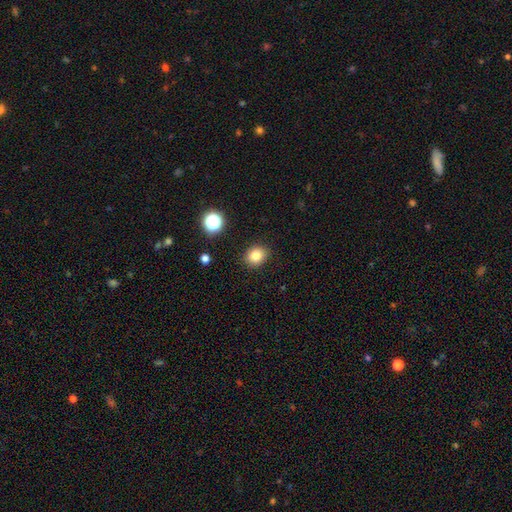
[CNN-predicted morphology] smooth-or-featured: smooth: 81% | star or artifact: 12% | featured or disk: 7%
  how-rounded: round: 61% | in between: 38% | cigar-shaped: 1%
  merging: none: 88% | minor disturbance: 8% | major disturbance: 2% | merger: 1%